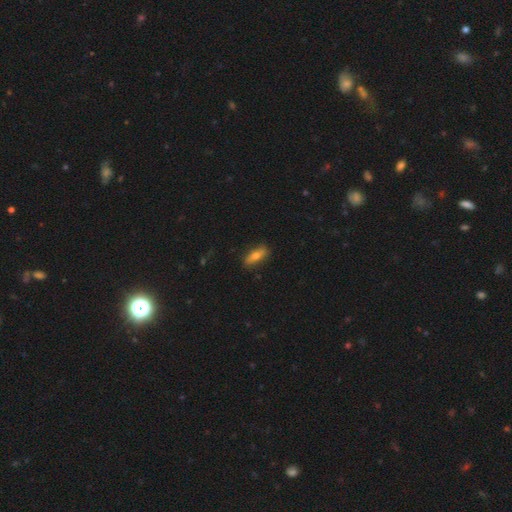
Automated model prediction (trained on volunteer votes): smooth-or-featured: smooth: 64% | featured or disk: 28% | star or artifact: 8%
  how-rounded: in between: 59% | cigar-shaped: 38% | round: 3%
  merging: none: 84% | minor disturbance: 13% | major disturbance: 2% | merger: 1%